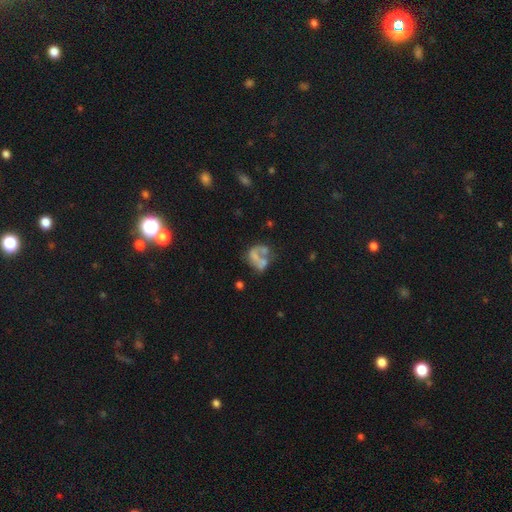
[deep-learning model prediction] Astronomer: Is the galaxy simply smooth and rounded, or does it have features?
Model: featured or disk — 51% (runner-up: smooth, 37%).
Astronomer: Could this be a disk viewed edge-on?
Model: no — 98%.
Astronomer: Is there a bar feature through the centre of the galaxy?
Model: no — 89%.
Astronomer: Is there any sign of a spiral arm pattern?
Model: no — 83%.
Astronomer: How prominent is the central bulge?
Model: none — 69%.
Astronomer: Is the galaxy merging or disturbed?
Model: merger — 31% (runner-up: none, 27%).